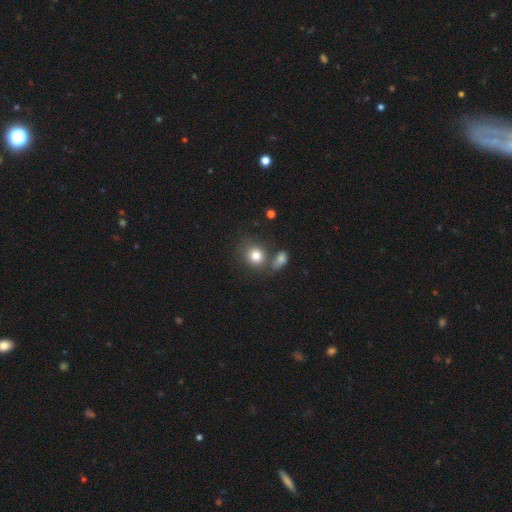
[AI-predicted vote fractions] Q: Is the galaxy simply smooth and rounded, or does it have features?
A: smooth — 81%.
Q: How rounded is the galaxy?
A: round — 72%.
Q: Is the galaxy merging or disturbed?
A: none — 56%.